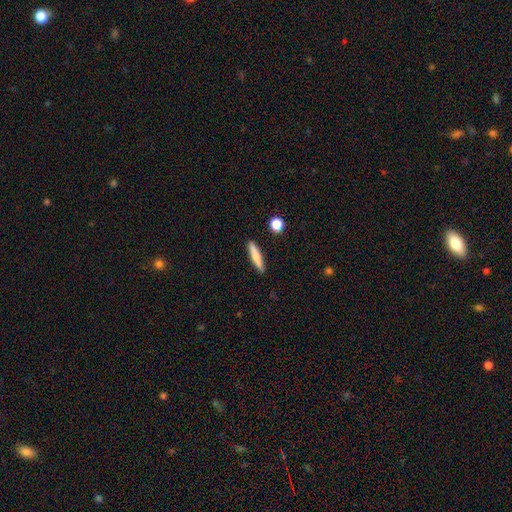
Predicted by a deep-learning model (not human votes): Smooth or featured: smooth — 75% (featured or disk — 18%)
How rounded: cigar-shaped — 90% (in between — 9%)
Merging: none — 90% (minor disturbance — 7%)